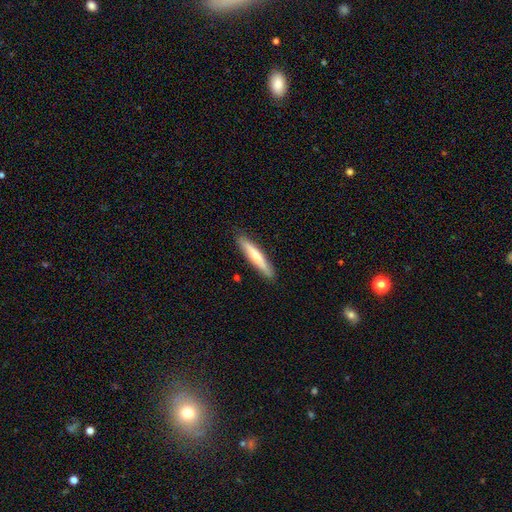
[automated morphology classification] Smooth or featured?
  - smooth: 57% *
  - featured or disk: 38%
  - star or artifact: 5%
How rounded?
  - cigar-shaped: 90% *
  - in between: 9%
  - round: 1%
Merging?
  - none: 88% *
  - minor disturbance: 9%
  - major disturbance: 2%
  - merger: 1%